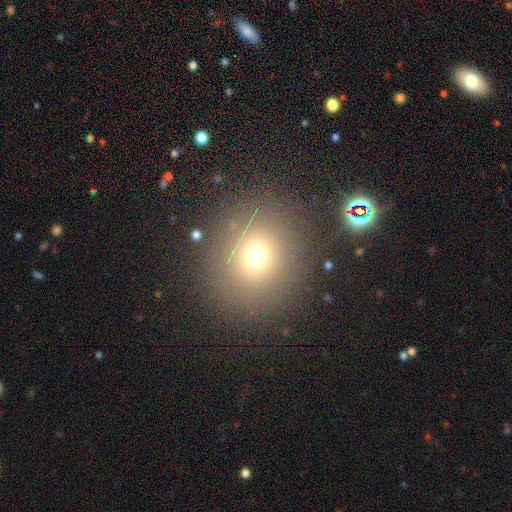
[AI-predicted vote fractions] The model was most divided on "smooth or featured": smooth: 70%, star or artifact: 20%, featured or disk: 11%. More confident: merging — none (84%); how rounded — round (84%).